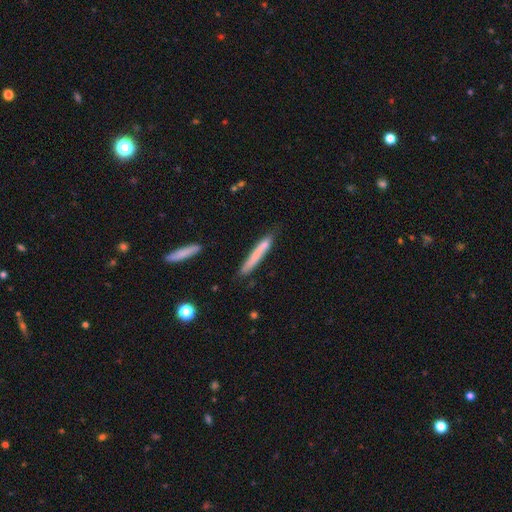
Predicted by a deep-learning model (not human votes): Q: Smooth or featured?
A: smooth (70%); runner-up: featured or disk (24%)
Q: How rounded?
A: cigar-shaped (95%); runner-up: in between (3%)
Q: Merging?
A: none (75%); runner-up: minor disturbance (18%)